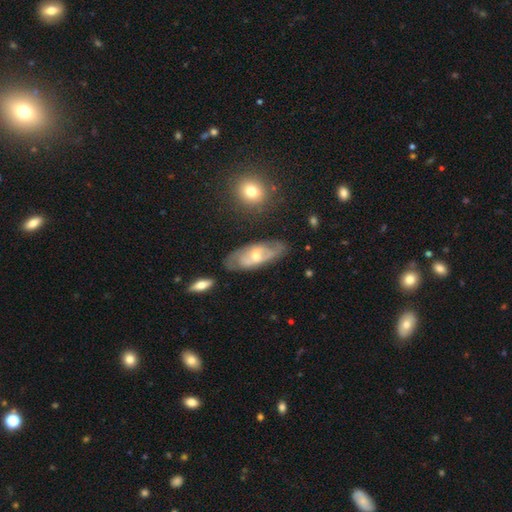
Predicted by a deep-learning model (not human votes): smooth-or-featured: featured or disk: 69% | smooth: 25% | star or artifact: 6%
  disk-edge-on: no: 87% | yes: 13%
    bar: no: 51% | weak: 39% | strong: 10%
    has-spiral-arms: yes: 76% | no: 24%
    bulge-size: moderate: 51% | small: 43% | large: 3% | none: 1% | dominant: 1%
  merging: none: 71% | minor disturbance: 19% | major disturbance: 6% | merger: 3%